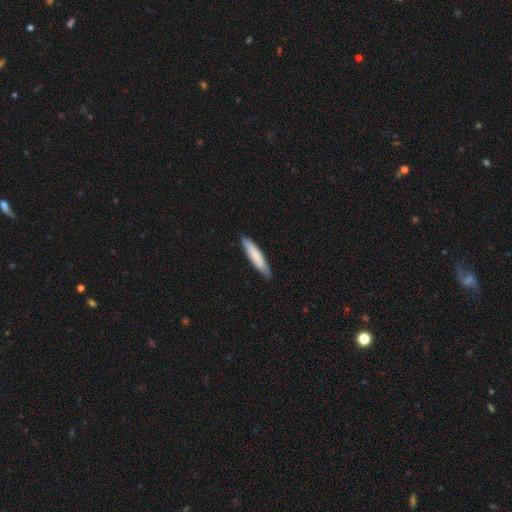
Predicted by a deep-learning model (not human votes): Smooth or featured?
  - smooth: 80% *
  - featured or disk: 15%
  - star or artifact: 5%
How rounded?
  - cigar-shaped: 86% *
  - in between: 13%
  - round: 1%
Merging?
  - none: 86% *
  - minor disturbance: 12%
  - major disturbance: 2%
  - merger: 1%